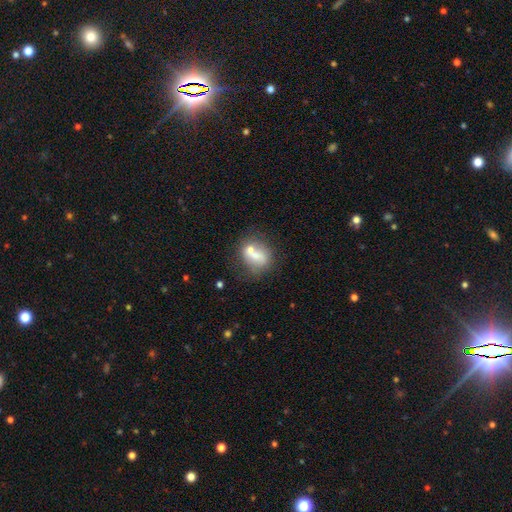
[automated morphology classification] A smooth galaxy with no disk features (61%) that is round (52%).

Vote fractions:
- Smooth or featured? smooth: 61% / featured or disk: 30% / star or artifact: 10%
- How rounded? round: 52% / in between: 46% / cigar-shaped: 2%
- Merging? merger: 42% / none: 36% / minor disturbance: 14% / major disturbance: 8%